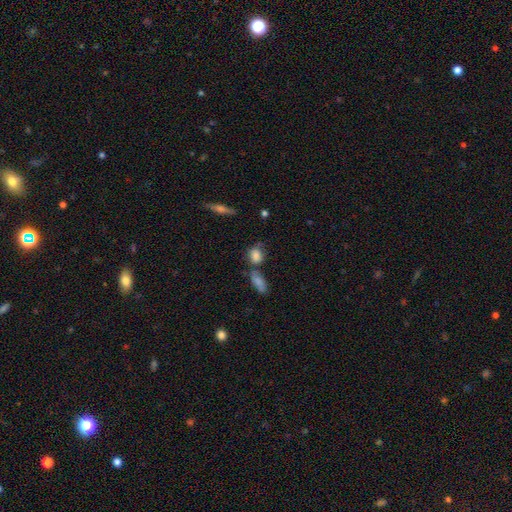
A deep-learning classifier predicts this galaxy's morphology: smooth_or_featured: smooth (p=0.80) [alt: featured or disk p=0.10]
how_rounded: in between (p=0.67) [alt: round p=0.28]
merging: none (p=0.50) [alt: merger p=0.26]